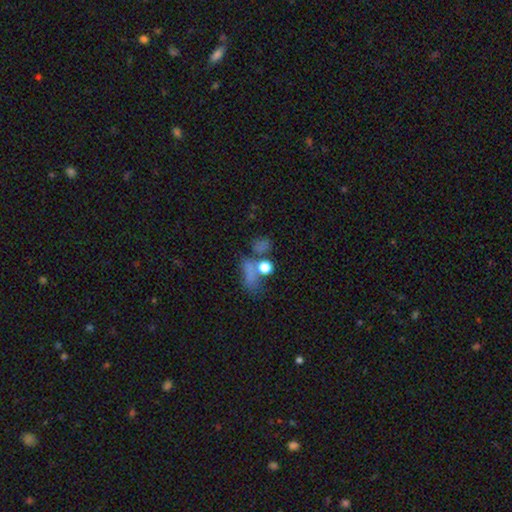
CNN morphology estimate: Overall: smooth (39%; featured or disk 33%). Merging: none (44%; merger 31%).